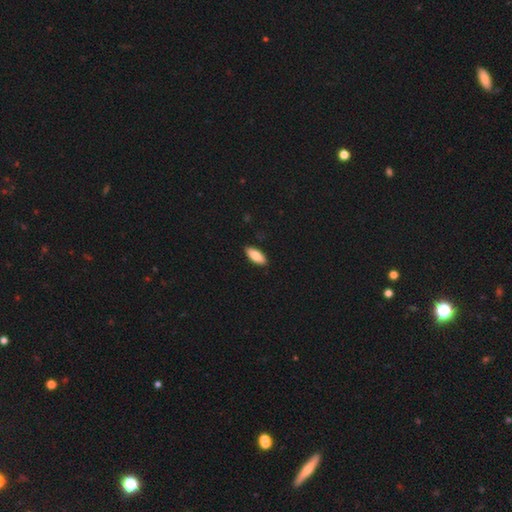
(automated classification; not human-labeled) Smooth or featured? smooth (83%)
How rounded? in between (76%)
Merging? none (89%)